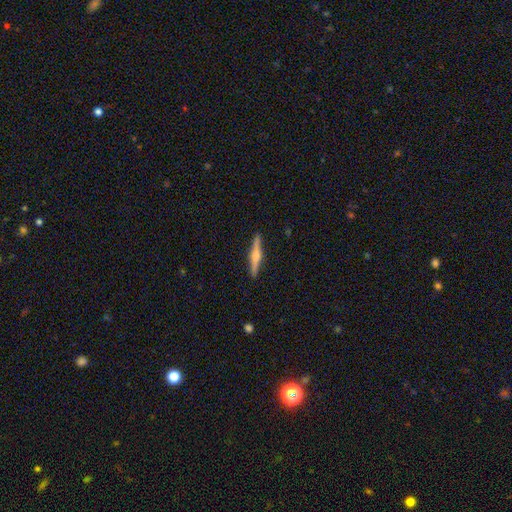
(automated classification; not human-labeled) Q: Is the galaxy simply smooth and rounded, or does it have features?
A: featured or disk — 69%.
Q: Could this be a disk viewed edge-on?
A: yes — 98%.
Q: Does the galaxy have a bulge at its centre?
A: rounded — 90%.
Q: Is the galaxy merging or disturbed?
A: none — 91%.